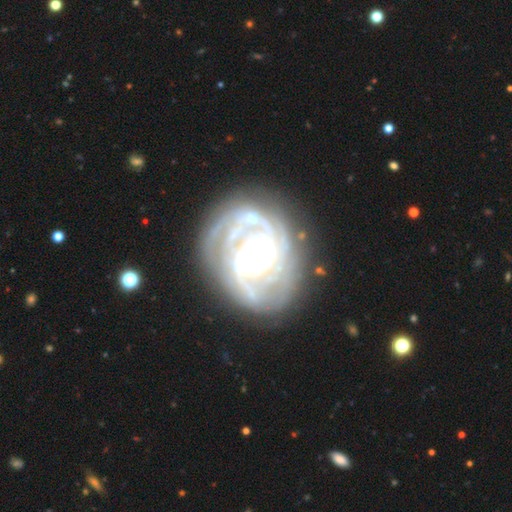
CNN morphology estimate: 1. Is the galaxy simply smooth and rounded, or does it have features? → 86% featured or disk, 8% smooth, 7% star or artifact.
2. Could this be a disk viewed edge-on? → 97% no, 3% yes.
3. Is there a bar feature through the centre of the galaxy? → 52% no, 25% weak, 23% strong.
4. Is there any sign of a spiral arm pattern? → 92% yes, 8% no.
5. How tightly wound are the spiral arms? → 63% tight, 29% medium, 8% loose.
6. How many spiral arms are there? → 34% 2, 26% can't tell, 18% 3, 8% 4, 7% 1, 7% more than 4.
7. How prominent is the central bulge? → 48% large, 33% moderate, 9% dominant, 6% small, 4% none.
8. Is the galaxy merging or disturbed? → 71% none, 16% minor disturbance, 10% major disturbance, 3% merger.